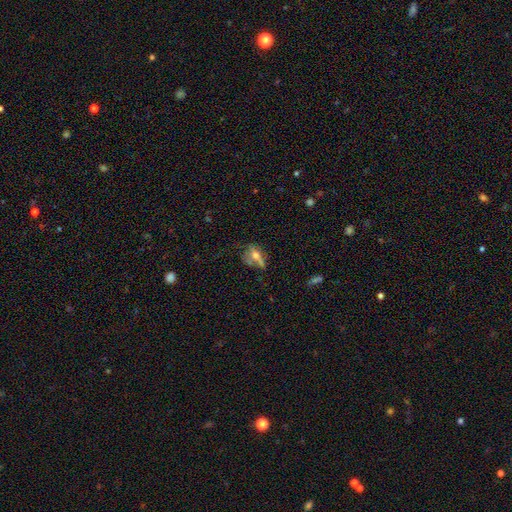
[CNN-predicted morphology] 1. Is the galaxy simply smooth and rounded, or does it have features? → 55% smooth, 31% featured or disk, 14% star or artifact.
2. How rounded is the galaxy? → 57% in between, 37% round, 6% cigar-shaped.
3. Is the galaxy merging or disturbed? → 36% none, 25% merger, 20% major disturbance, 20% minor disturbance.